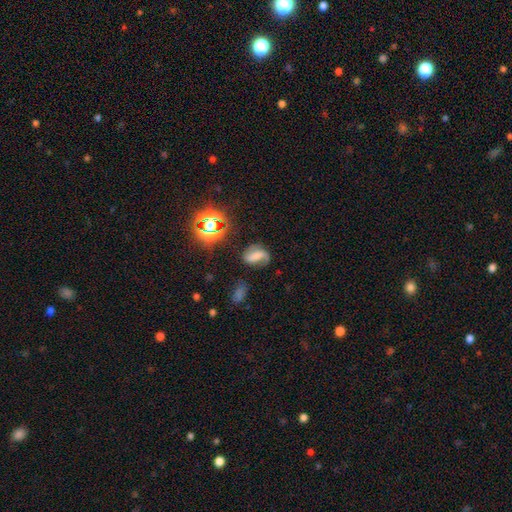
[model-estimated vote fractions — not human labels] The model was most divided on "smooth or featured": featured or disk: 49%, smooth: 32%, star or artifact: 19%. More confident: merging — none (59%).